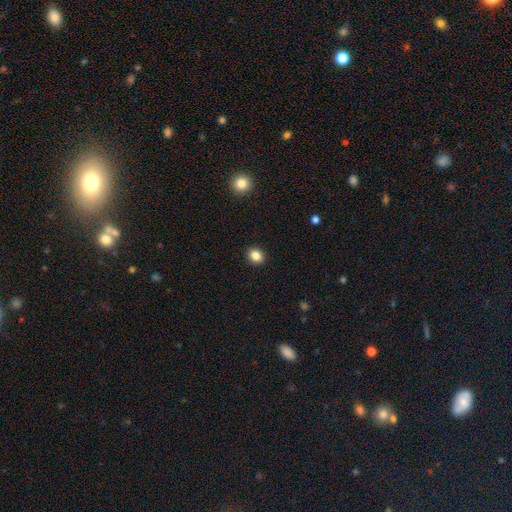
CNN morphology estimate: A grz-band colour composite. It shows a smooth galaxy with no disk features (85%) that is round (59%). Merging: none (92%).